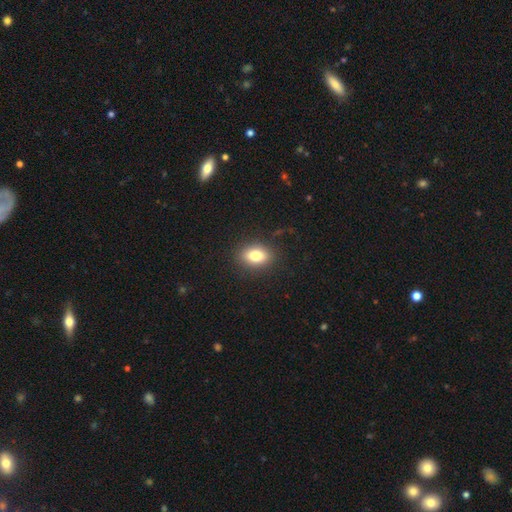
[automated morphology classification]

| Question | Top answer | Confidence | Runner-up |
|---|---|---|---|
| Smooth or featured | smooth | 79% | featured or disk (11%) |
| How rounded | in between | 75% | round (23%) |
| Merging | none | 87% | minor disturbance (9%) |